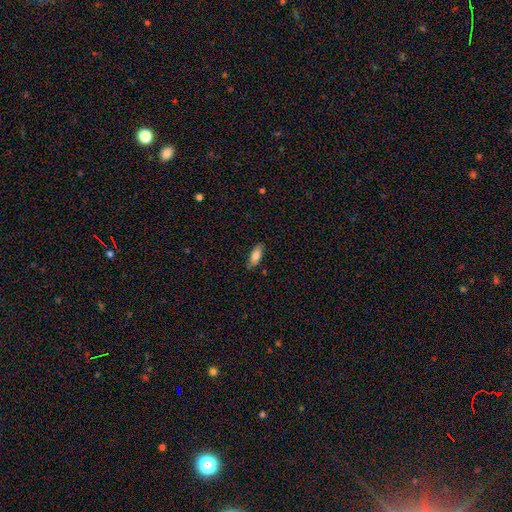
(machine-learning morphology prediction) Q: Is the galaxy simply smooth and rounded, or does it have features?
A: smooth — 83%.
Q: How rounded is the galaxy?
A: in between — 82%.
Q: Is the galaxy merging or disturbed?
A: none — 80%.